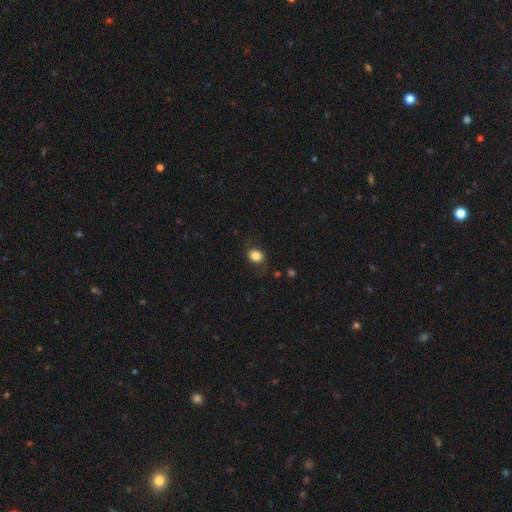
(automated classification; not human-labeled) smooth_or_featured: smooth (p=0.82) [alt: star or artifact p=0.10]
how_rounded: round (p=0.52) [alt: in between p=0.47]
merging: none (p=0.73) [alt: minor disturbance p=0.18]